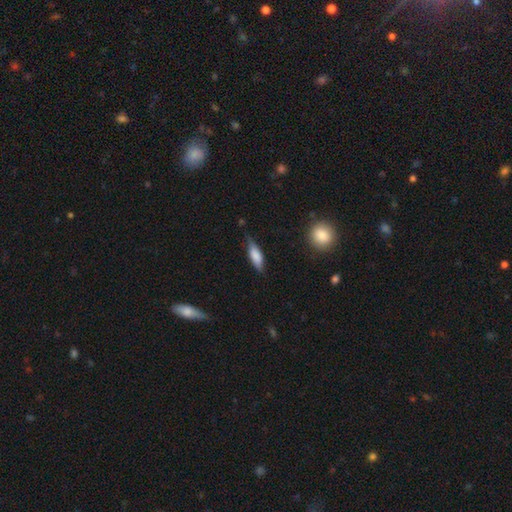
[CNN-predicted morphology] The model was most divided on "how rounded": in between: 52%, cigar-shaped: 46%, round: 3%. More confident: merging — none (72%); smooth or featured — smooth (66%).